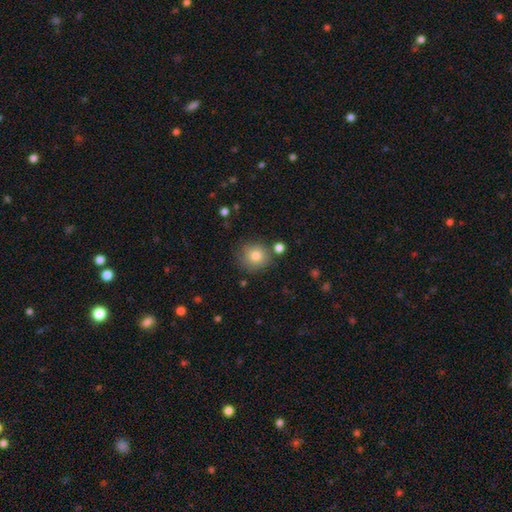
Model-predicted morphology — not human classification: The model was most divided on "merging": none: 78%, minor disturbance: 11%, merger: 8%, major disturbance: 3%. More confident: how rounded — round (91%); smooth or featured — smooth (80%).